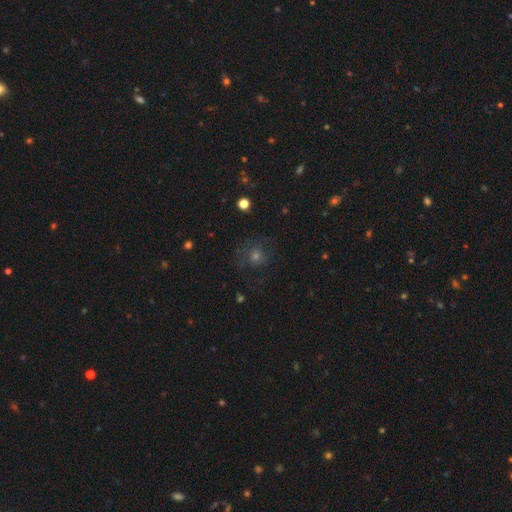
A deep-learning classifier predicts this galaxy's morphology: This appears to be a smooth galaxy with no disk features (36%). Merging: none (69%).